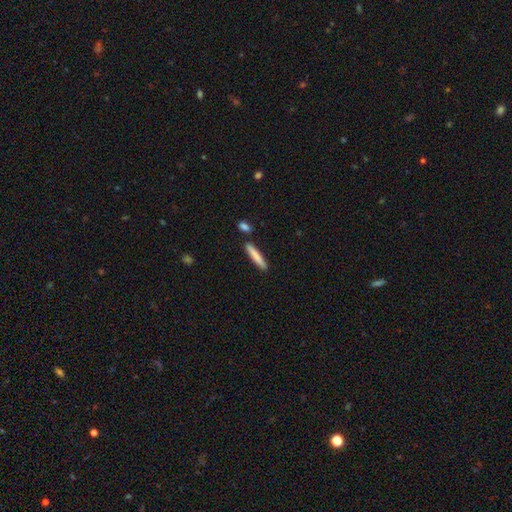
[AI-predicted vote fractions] Overall: smooth (80%). How rounded: cigar-shaped (93%). Merging: none (86%).